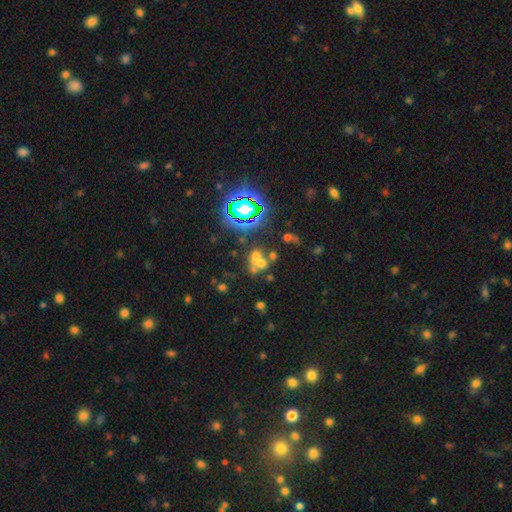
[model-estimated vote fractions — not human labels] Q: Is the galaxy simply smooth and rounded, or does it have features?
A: smooth — 44%.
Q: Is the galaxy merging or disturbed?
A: merger — 47%.